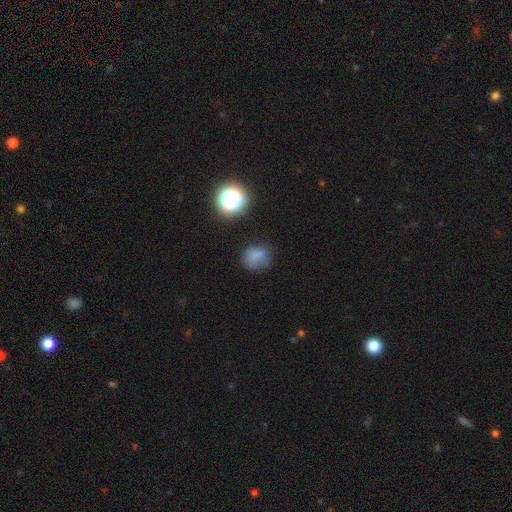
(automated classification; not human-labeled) smooth_or_featured: smooth (p=0.67) [alt: star or artifact p=0.18]
how_rounded: round (p=0.69) [alt: in between p=0.30]
merging: none (p=0.56) [alt: minor disturbance p=0.26]